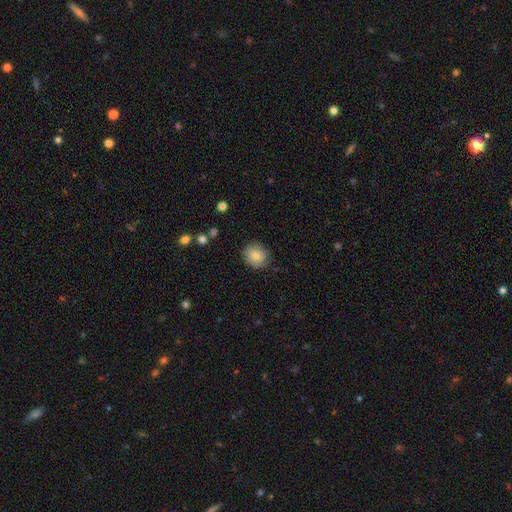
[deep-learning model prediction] smooth_or_featured: smooth (p=0.81) [alt: featured or disk p=0.11]
how_rounded: round (p=0.82) [alt: in between p=0.17]
merging: none (p=0.84) [alt: minor disturbance p=0.12]